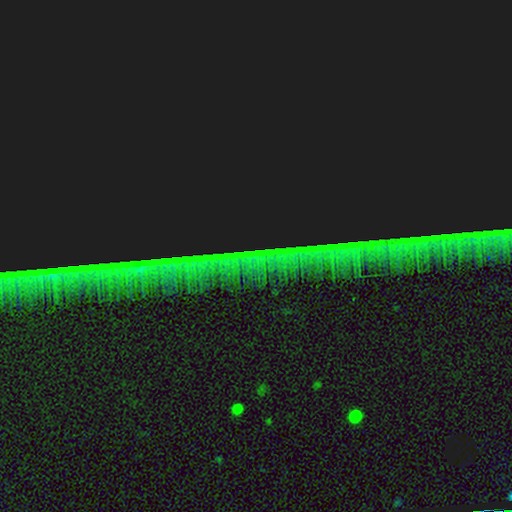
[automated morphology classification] type=star or artifact (86%).